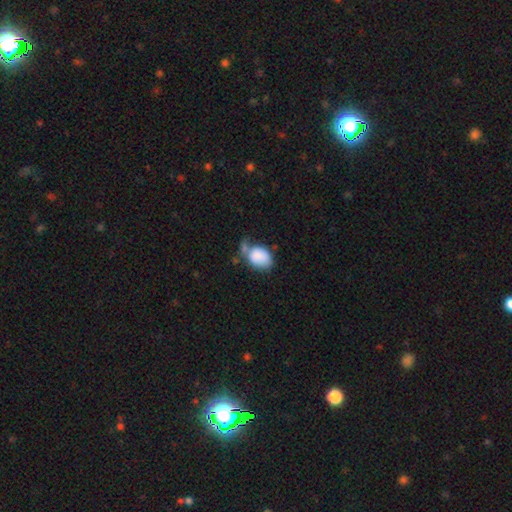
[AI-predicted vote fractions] Overall: smooth (83%). How rounded: in between (64%; round 35%). Merging: none (31%; minor disturbance 28%).